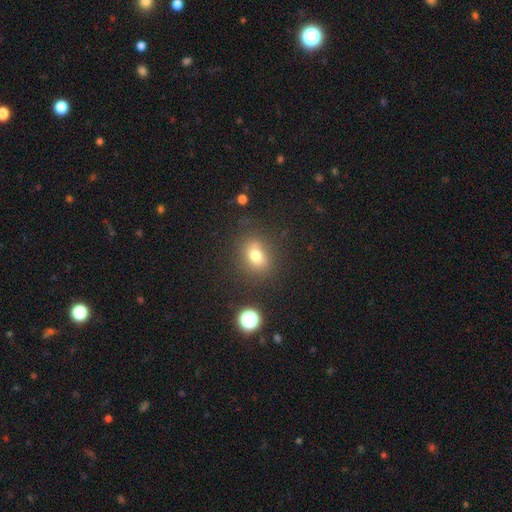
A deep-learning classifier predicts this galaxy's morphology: This is likely a smooth galaxy (74%). How rounded: possibly round (50%). Merging: likely none (76%).